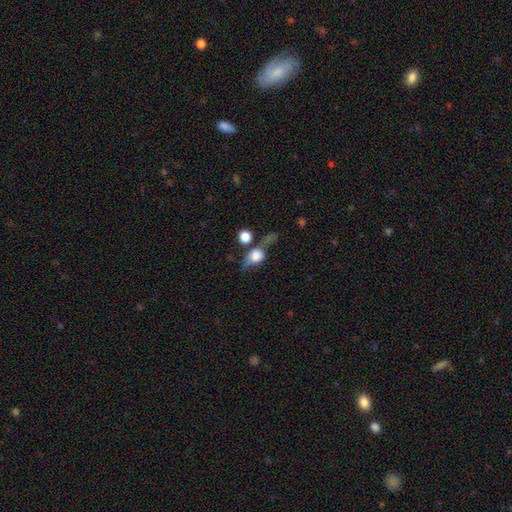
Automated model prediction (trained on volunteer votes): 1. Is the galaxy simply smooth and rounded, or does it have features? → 52% smooth, 35% featured or disk, 12% star or artifact.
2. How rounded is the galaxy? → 61% round, 33% in between, 6% cigar-shaped.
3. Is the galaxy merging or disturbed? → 45% none, 21% minor disturbance, 18% major disturbance, 17% merger.